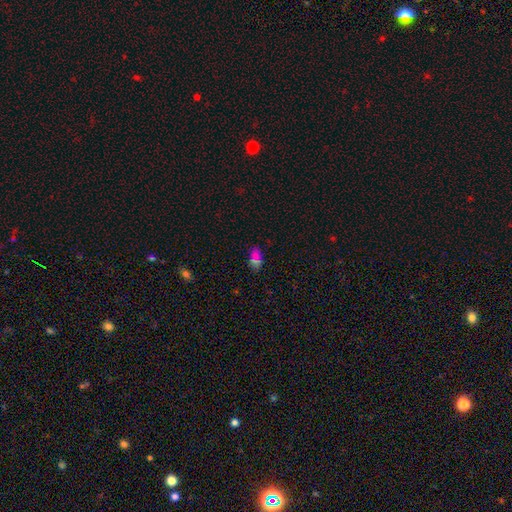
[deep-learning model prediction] This is likely a smooth galaxy (62%). How rounded: clearly in between (85%). Merging: likely none (76%).